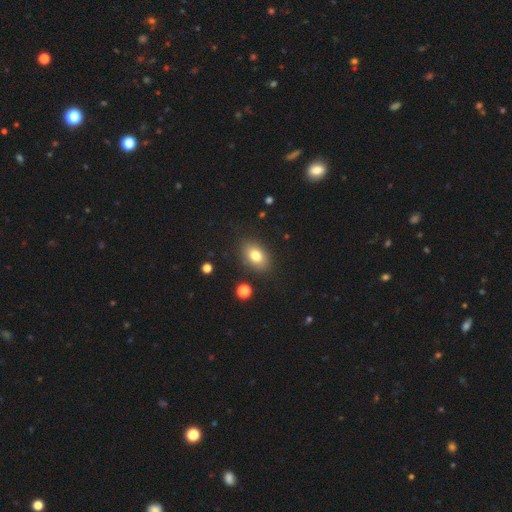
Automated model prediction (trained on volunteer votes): Q: Smooth or featured?
A: smooth (78%); runner-up: featured or disk (12%)
Q: How rounded?
A: in between (83%); runner-up: round (16%)
Q: Merging?
A: none (86%); runner-up: minor disturbance (10%)